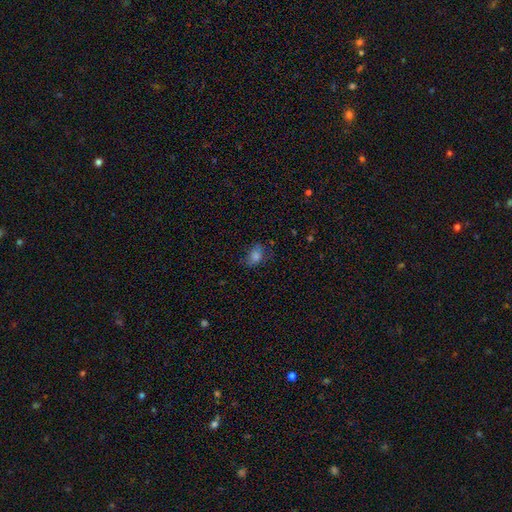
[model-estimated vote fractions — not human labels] This appears to be a smooth galaxy with no disk features (68%) that is in between round and cigar-shaped (68%). Merging: none (65%).